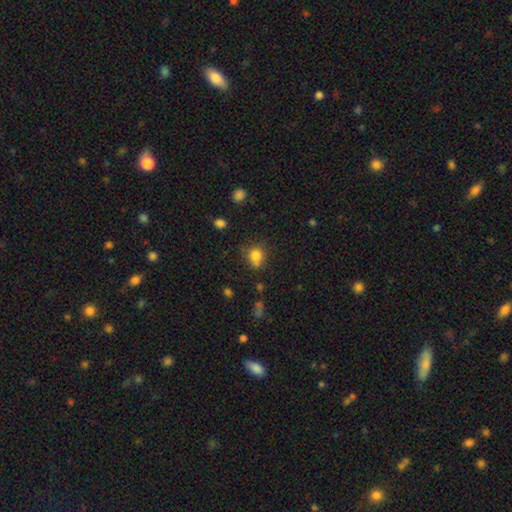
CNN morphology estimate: This appears to be a smooth galaxy with no disk features (80%) that is round (77%). Merging: none (57%).